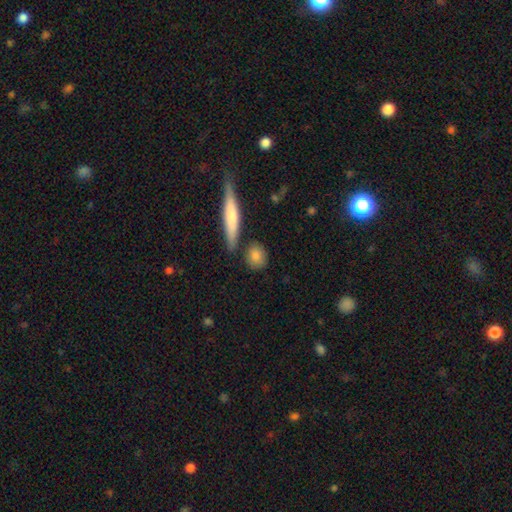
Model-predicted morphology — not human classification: The model was most divided on "how rounded": round: 58%, in between: 29%, cigar-shaped: 13%. More confident: smooth or featured — smooth (83%); merging — none (79%).